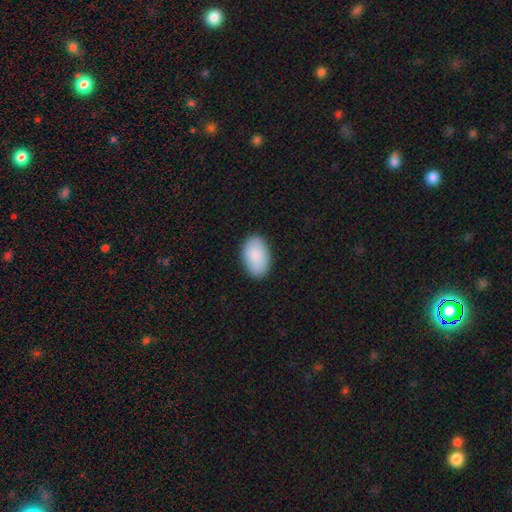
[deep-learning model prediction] Overall: smooth (89%). How rounded: in between (92%). Merging: none (86%).